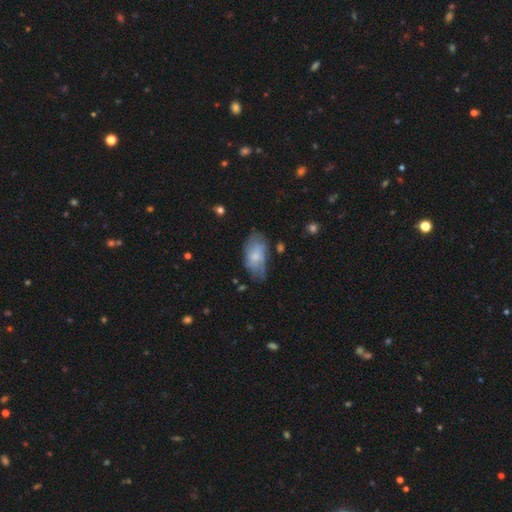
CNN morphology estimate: A smooth galaxy with no disk features (61%) that is in between round and cigar-shaped (93%).

Vote fractions:
- Smooth or featured? smooth: 61% / featured or disk: 32% / star or artifact: 7%
- How rounded? in between: 93% / round: 4% / cigar-shaped: 3%
- Merging? none: 50% / minor disturbance: 33% / major disturbance: 14% / merger: 3%